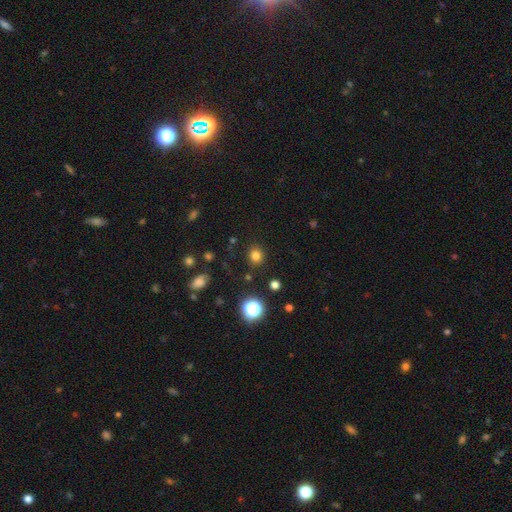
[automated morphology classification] Smooth or featured? smooth (79%)
How rounded? round (84%)
Merging? none (88%)